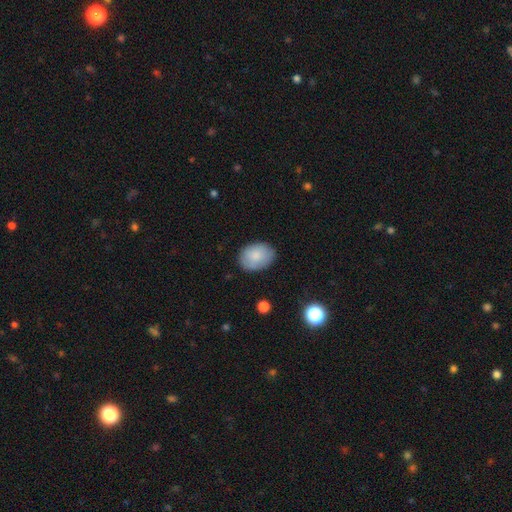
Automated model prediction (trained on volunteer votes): Overall: smooth (83%). How rounded: in between (76%). Merging: none (81%).